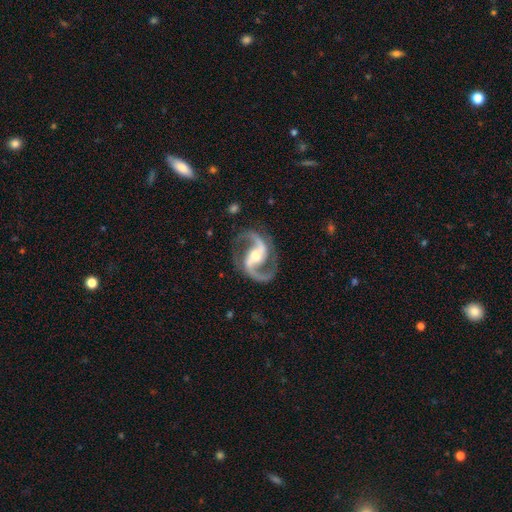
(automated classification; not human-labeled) This is clearly a featured or disk galaxy (94%). It is clearly not viewed edge-on (98%). Bar: marginally strong (38%, tied with weak). Spiral arm pattern: clearly yes (98%). Spiral arm count: clearly 2 (95%). Spiral winding: likely medium (62%). Central bulge: likely moderate (66%). Merging: clearly none (84%).